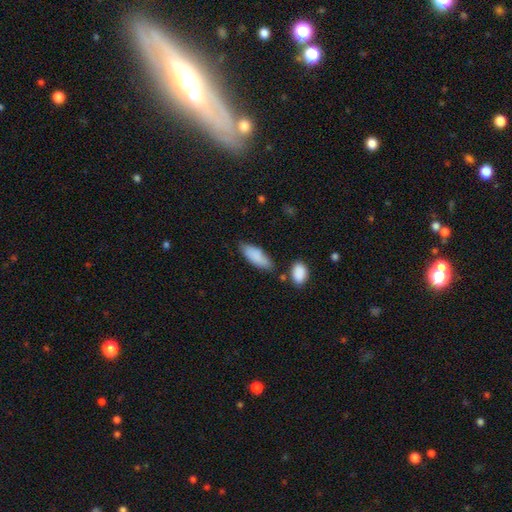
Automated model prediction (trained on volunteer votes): Morphology: type=smooth (85%); roundness=in between (73%); merging=none (68%).